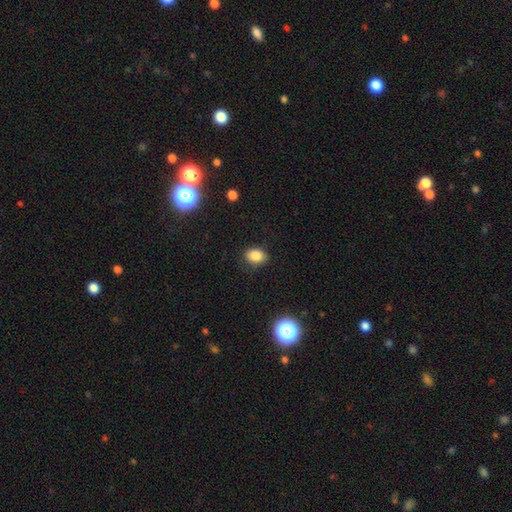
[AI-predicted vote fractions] smooth_or_featured: smooth (p=0.84) [alt: star or artifact p=0.11]
how_rounded: in between (p=0.65) [alt: round p=0.34]
merging: none (p=0.81) [alt: minor disturbance p=0.15]